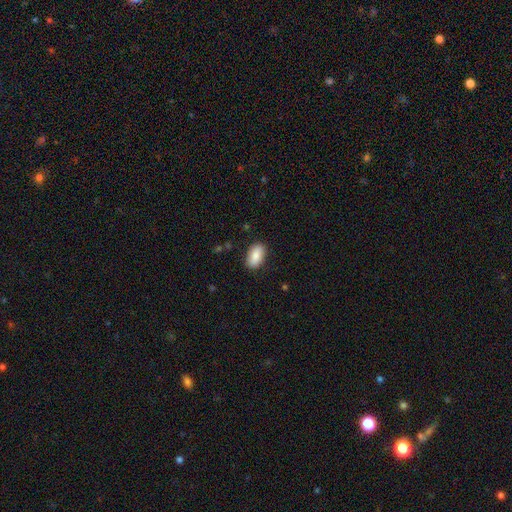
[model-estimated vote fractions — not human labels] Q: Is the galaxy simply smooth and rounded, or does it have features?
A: smooth — 87%.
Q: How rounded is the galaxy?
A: in between — 93%.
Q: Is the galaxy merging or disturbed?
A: none — 87%.